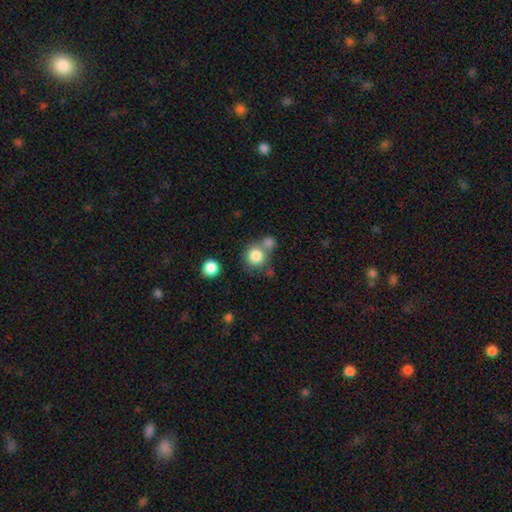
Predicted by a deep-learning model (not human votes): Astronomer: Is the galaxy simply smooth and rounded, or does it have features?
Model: smooth — 81%.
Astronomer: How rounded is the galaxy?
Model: round — 90%.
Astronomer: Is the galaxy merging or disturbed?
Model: none — 55% (runner-up: merger, 32%).